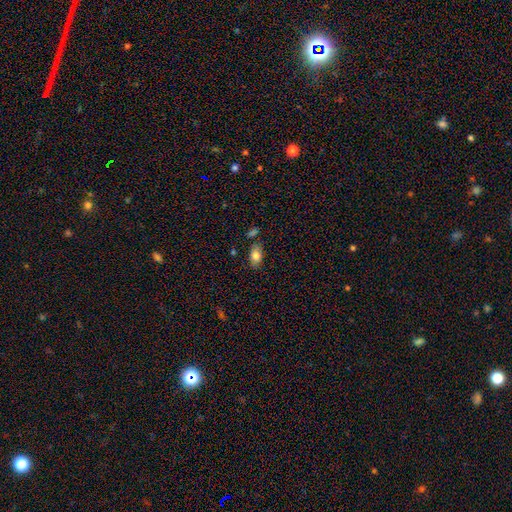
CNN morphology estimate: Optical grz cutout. It shows a smooth galaxy with no disk features (80%) that is in between round and cigar-shaped (90%). Merging: none (77%).